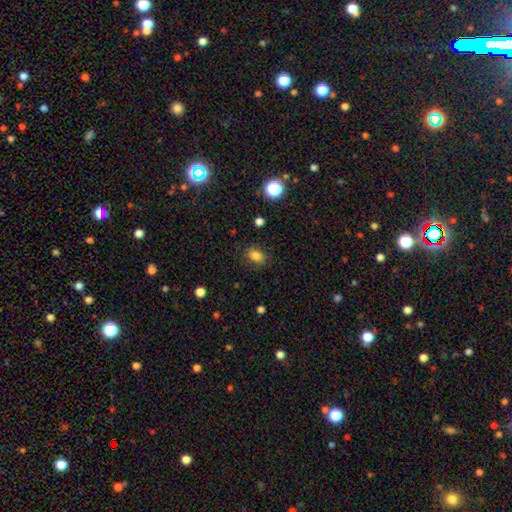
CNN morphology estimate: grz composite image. It shows a smooth galaxy with no disk features (83%) that is in between round and cigar-shaped (72%). Merging: none (83%).